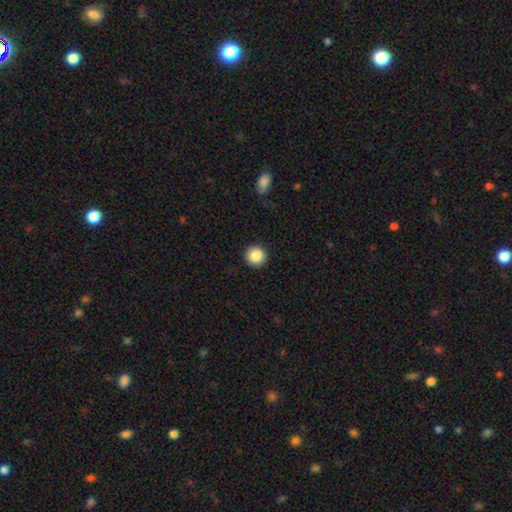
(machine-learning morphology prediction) This is clearly a smooth galaxy (87%). How rounded: clearly round (96%). Merging: clearly none (93%).